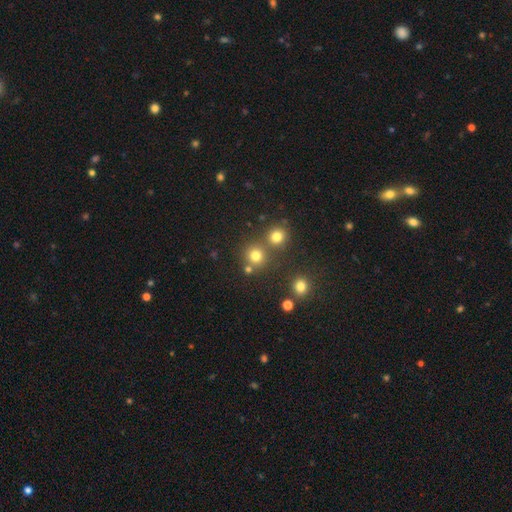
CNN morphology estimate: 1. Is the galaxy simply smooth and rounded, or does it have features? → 76% smooth, 18% star or artifact, 7% featured or disk.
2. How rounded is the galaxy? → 91% round, 8% in between, 1% cigar-shaped.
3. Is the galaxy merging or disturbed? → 71% none, 19% merger, 7% minor disturbance, 3% major disturbance.